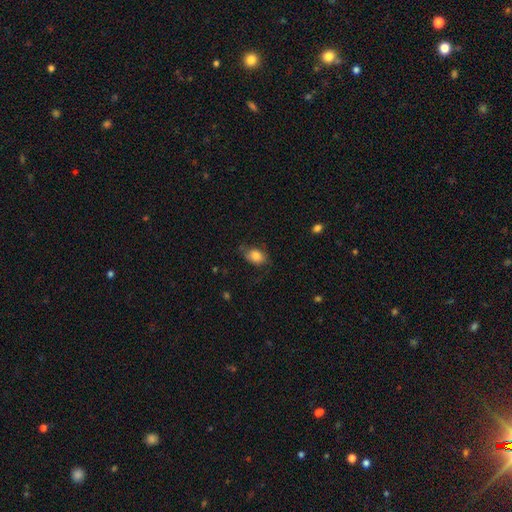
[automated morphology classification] Smooth or featured: smooth — 79% (featured or disk — 13%)
How rounded: in between — 75% (round — 23%)
Merging: none — 64% (minor disturbance — 25%)